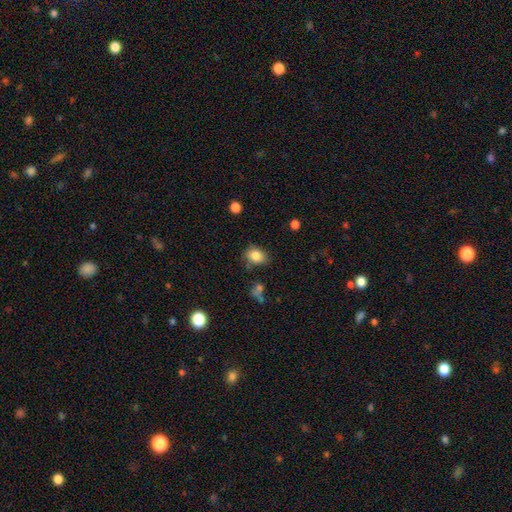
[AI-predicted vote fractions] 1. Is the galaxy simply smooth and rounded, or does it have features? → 83% smooth, 10% star or artifact, 8% featured or disk.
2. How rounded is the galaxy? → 63% in between, 36% round, 1% cigar-shaped.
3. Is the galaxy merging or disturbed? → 74% none, 18% minor disturbance, 4% major disturbance, 4% merger.